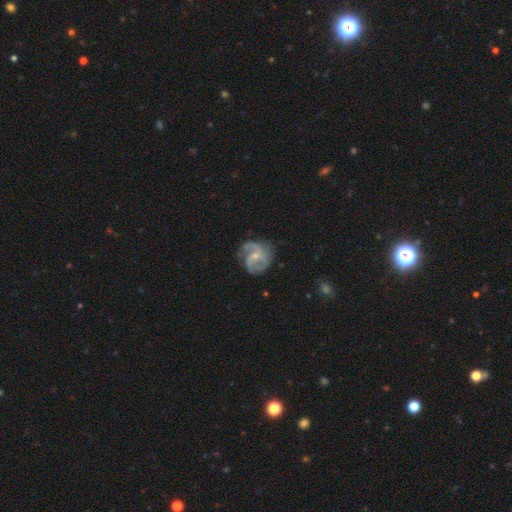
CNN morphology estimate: A featured or disk galaxy (83%) with no bar (47%), 2 (49%) medium (51%) spiral arms (93%) and a small central bulge (67%).

Vote fractions:
- Smooth or featured? featured or disk: 83% / smooth: 12% / star or artifact: 6%
- Edge-on disk? no: 98% / yes: 2%
- Bar? no: 47% / weak: 43% / strong: 11%
- Spiral arms? yes: 93% / no: 7%
- Spiral winding? medium: 51% / loose: 26% / tight: 23%
- Spiral arm count? 2: 49% / 3: 24% / can't tell: 14% / 1: 6% / 4: 4% / more than 4: 3%
- Bulge size? small: 67% / moderate: 27% / none: 4% / large: 1% / dominant: 1%
- Merging? none: 57% / minor disturbance: 25% / major disturbance: 16% / merger: 2%